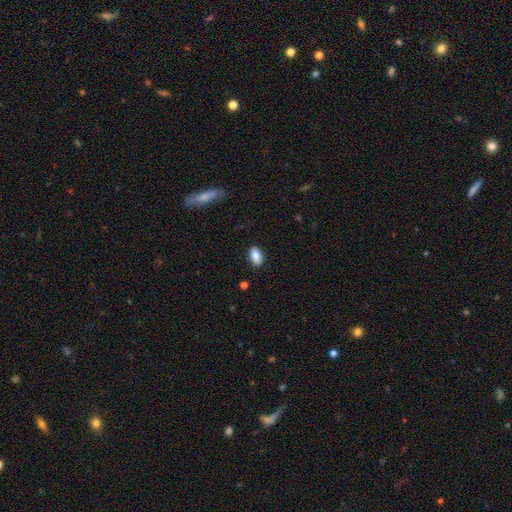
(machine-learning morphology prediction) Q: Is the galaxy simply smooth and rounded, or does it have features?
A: smooth — 86%.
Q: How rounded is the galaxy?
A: in between — 87%.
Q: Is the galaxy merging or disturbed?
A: none — 86%.